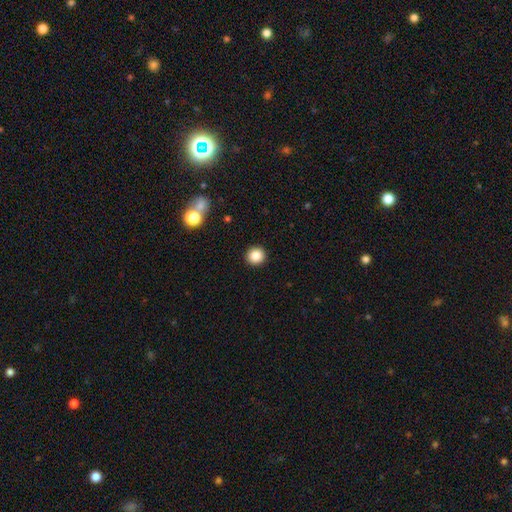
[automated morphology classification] type=smooth (86%); roundness=round (94%); merging=none (93%).